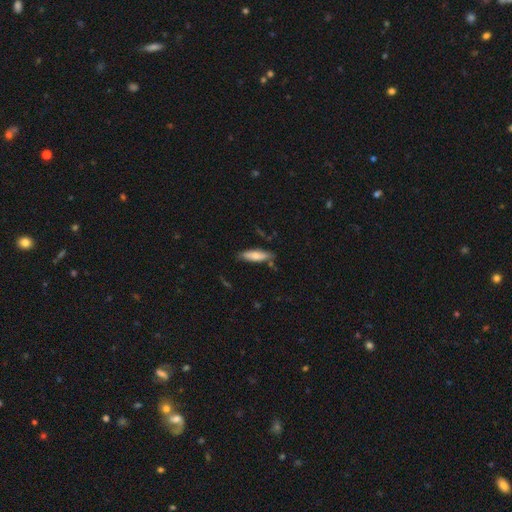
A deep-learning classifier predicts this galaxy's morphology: This appears to be a smooth galaxy with no disk features (72%) that is cigar-shaped (60%). Merging: none (78%).